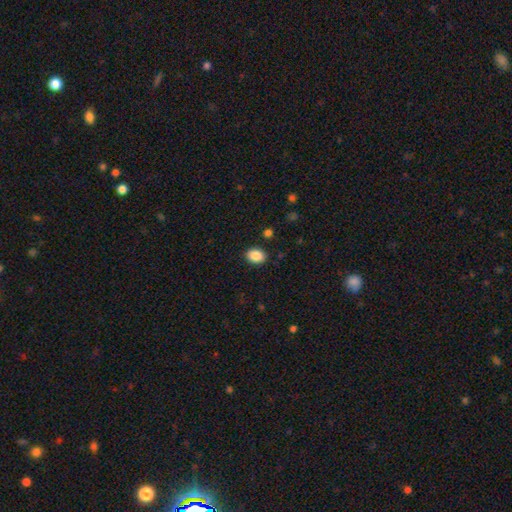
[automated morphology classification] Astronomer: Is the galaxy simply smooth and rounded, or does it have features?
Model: smooth — 87%.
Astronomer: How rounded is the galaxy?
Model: in between — 63%.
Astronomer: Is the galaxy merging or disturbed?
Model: none — 88%.